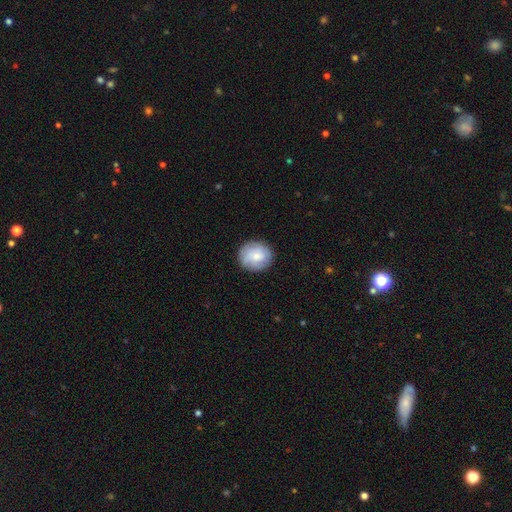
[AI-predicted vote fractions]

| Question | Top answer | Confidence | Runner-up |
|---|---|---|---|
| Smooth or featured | smooth | 71% | featured or disk (23%) |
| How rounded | round | 80% | in between (19%) |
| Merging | none | 85% | minor disturbance (11%) |